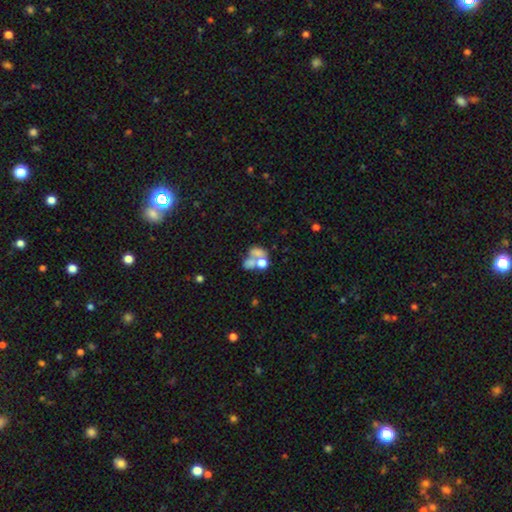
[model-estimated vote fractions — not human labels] Overall: smooth (53%; featured or disk 30%). How rounded: in between (55%; round 43%). Merging: merger (59%; none 20%).